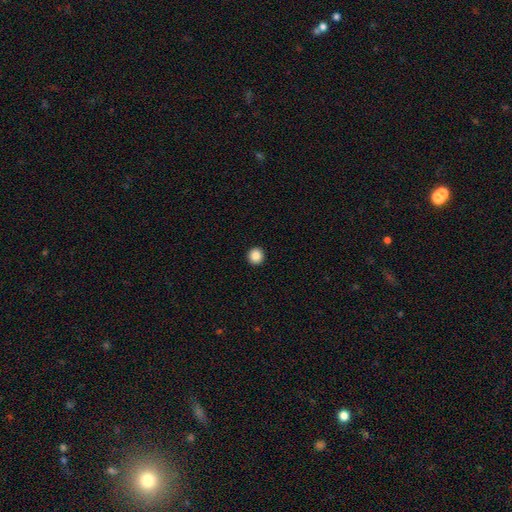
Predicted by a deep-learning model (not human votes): Smooth or featured: smooth — 87% (star or artifact — 10%)
How rounded: round — 95% (in between — 4%)
Merging: none — 94% (minor disturbance — 3%)